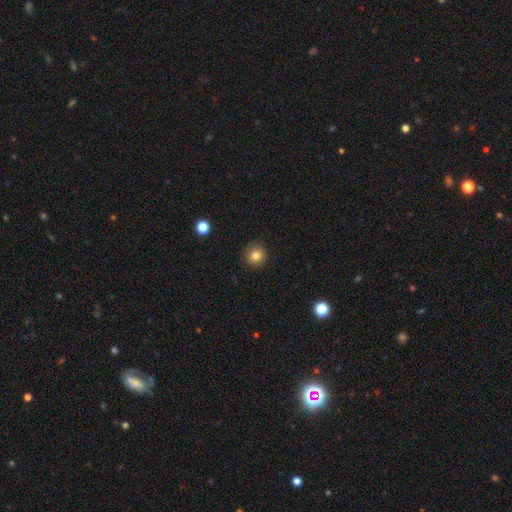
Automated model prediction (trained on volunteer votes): smooth 82%, star or artifact 11%, featured or disk 6%. Down the decision tree: how rounded — round (92%); merging — none (89%).